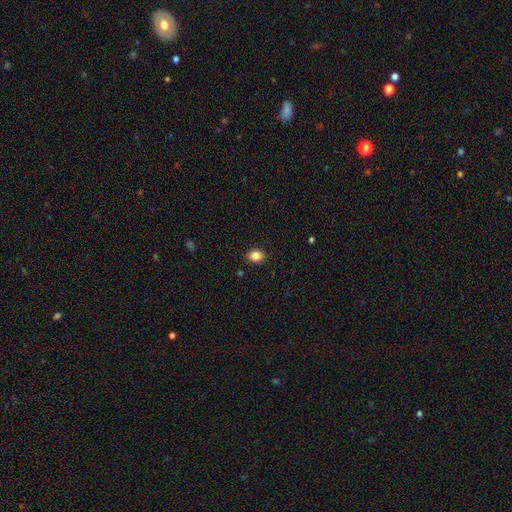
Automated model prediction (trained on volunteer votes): Overall: smooth (85%). How rounded: in between (51%; round 48%). Merging: none (89%).